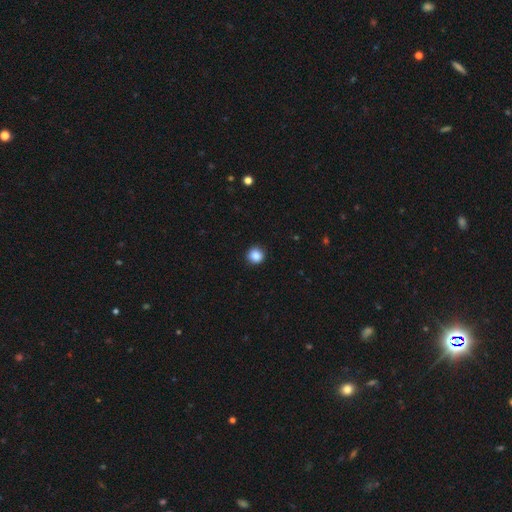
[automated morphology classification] A smooth galaxy with no disk features (87%) that is round (94%).

Vote fractions:
- Smooth or featured? smooth: 87% / star or artifact: 10% / featured or disk: 3%
- How rounded? round: 94% / in between: 5% / cigar-shaped: 1%
- Merging? none: 92% / minor disturbance: 6% / major disturbance: 2% / merger: 1%